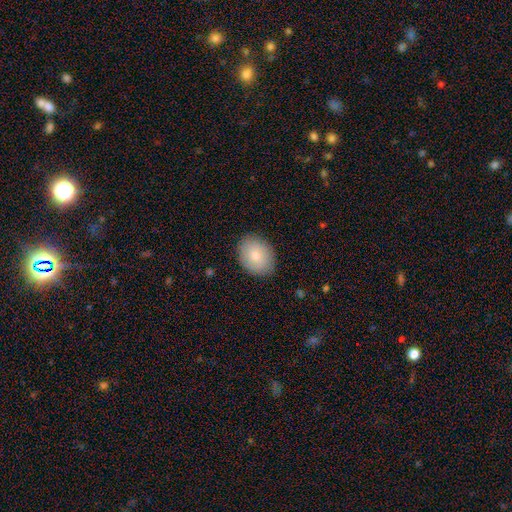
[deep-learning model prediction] Morphology: type=smooth (79%); roundness=in between (64%); merging=none (85%).